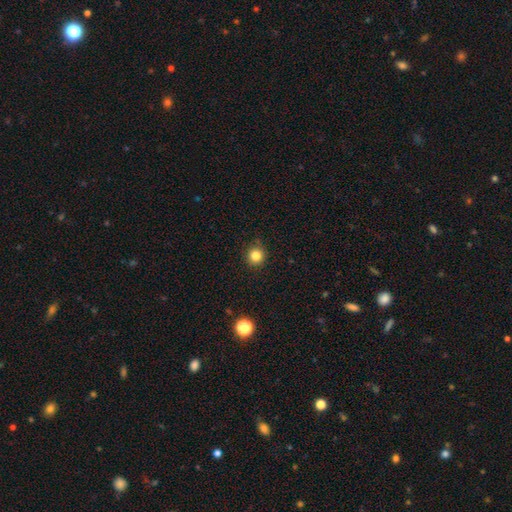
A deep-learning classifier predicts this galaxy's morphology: smooth_or_featured: smooth (p=0.83) [alt: star or artifact p=0.12]
how_rounded: round (p=0.92) [alt: in between p=0.07]
merging: none (p=0.89) [alt: minor disturbance p=0.08]